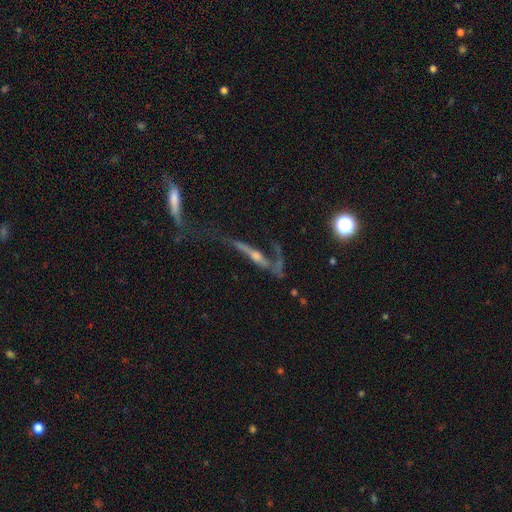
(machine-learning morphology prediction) The model was most divided on "merging": major disturbance: 38%, none: 32%, minor disturbance: 16%, merger: 14%. More confident: smooth or featured — featured or disk (75%); edge-on disk — yes (62%).